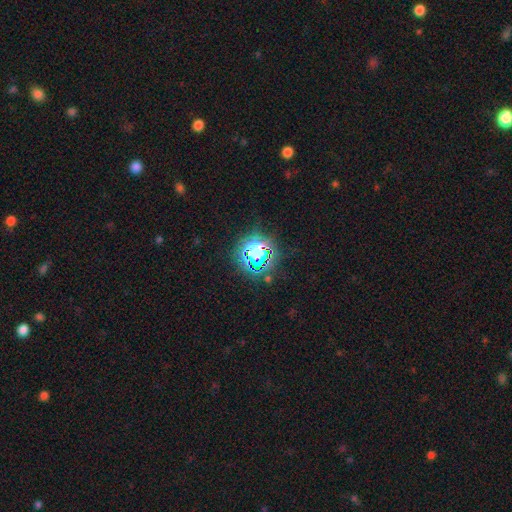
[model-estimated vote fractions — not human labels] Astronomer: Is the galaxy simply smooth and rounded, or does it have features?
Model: star or artifact — 69%.